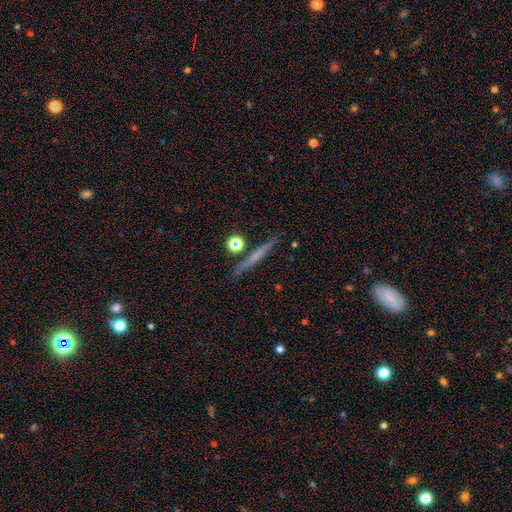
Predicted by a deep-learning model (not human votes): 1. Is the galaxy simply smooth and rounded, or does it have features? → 51% featured or disk, 38% smooth, 11% star or artifact.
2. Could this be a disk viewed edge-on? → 94% yes, 6% no.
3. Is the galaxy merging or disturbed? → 85% none, 9% minor disturbance, 4% merger, 3% major disturbance.